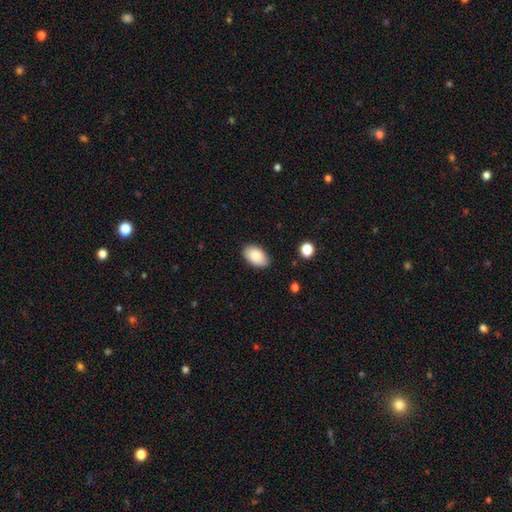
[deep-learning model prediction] A smooth galaxy with no disk features (87%) that is in between round and cigar-shaped (93%). Merging: none (83%).